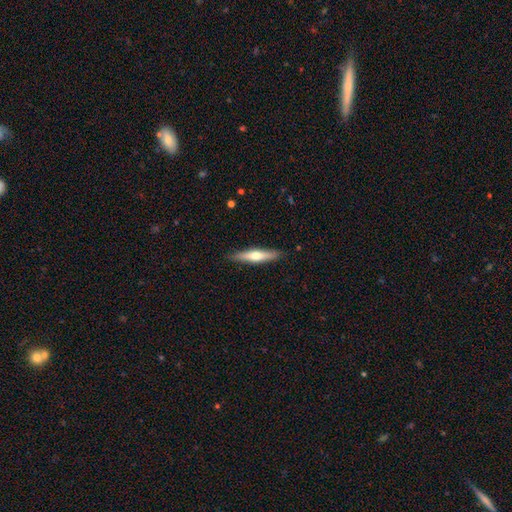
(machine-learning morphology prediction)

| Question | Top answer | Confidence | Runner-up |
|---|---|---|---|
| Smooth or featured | featured or disk | 50% | smooth (45%) |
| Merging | none | 89% | minor disturbance (8%) |